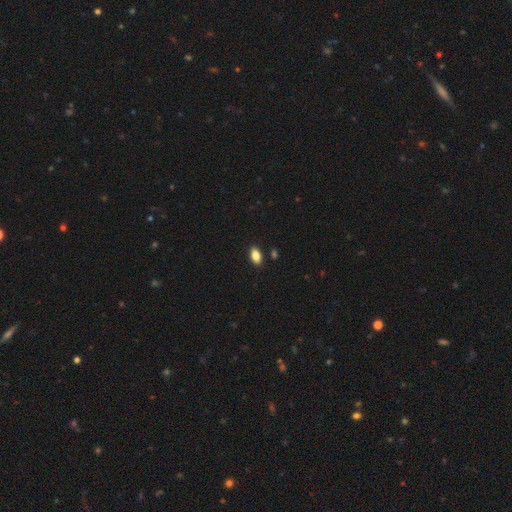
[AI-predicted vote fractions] smooth_or_featured: smooth (p=0.86) [alt: star or artifact p=0.08]
how_rounded: in between (p=0.92) [alt: round p=0.05]
merging: none (p=0.88) [alt: minor disturbance p=0.08]